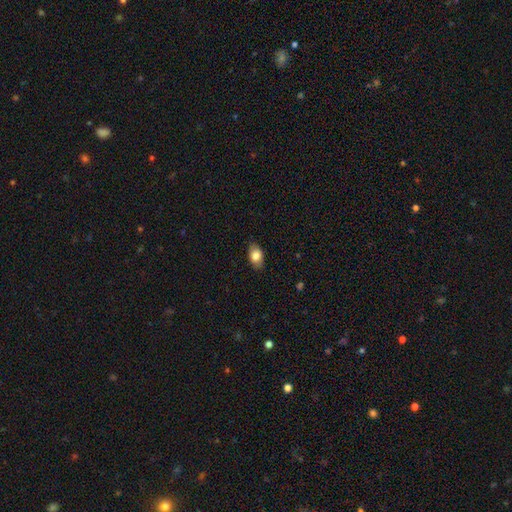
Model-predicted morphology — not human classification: Overall: smooth (82%). How rounded: in between (88%). Merging: none (83%).